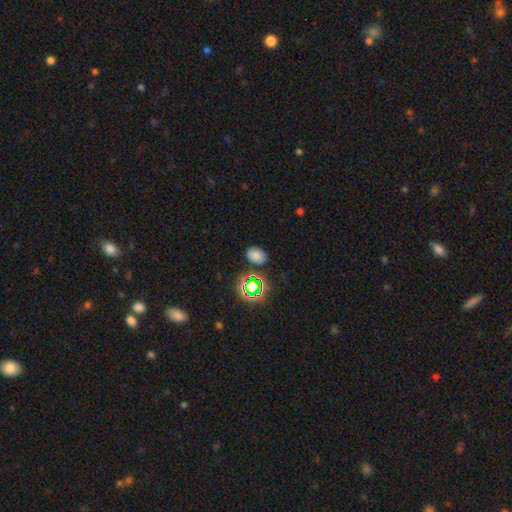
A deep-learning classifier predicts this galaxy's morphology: Smooth or featured? smooth (70%)
How rounded? in between (77%)
Merging? none (80%)